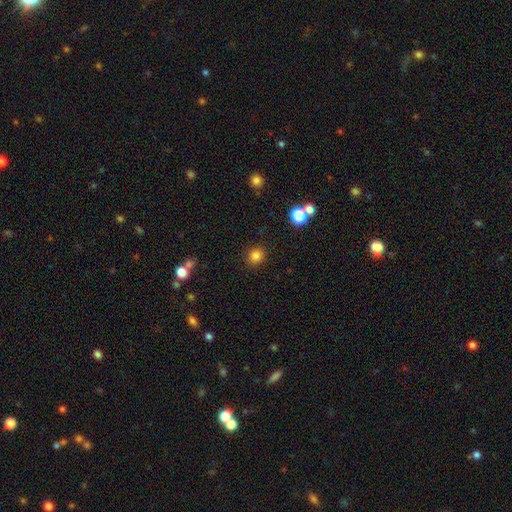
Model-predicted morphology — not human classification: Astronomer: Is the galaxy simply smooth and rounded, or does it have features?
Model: smooth — 82%.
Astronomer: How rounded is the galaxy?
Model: round — 83%.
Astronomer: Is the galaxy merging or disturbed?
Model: none — 90%.